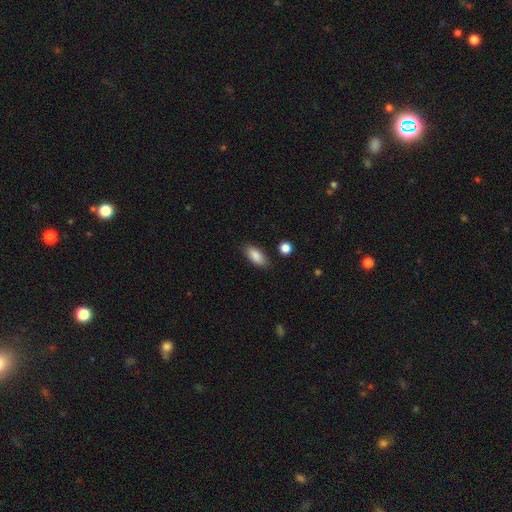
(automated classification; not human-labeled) Smooth or featured?
  - smooth: 88% *
  - star or artifact: 7%
  - featured or disk: 6%
How rounded?
  - in between: 85% *
  - cigar-shaped: 12%
  - round: 3%
Merging?
  - none: 84% *
  - minor disturbance: 12%
  - major disturbance: 3%
  - merger: 2%